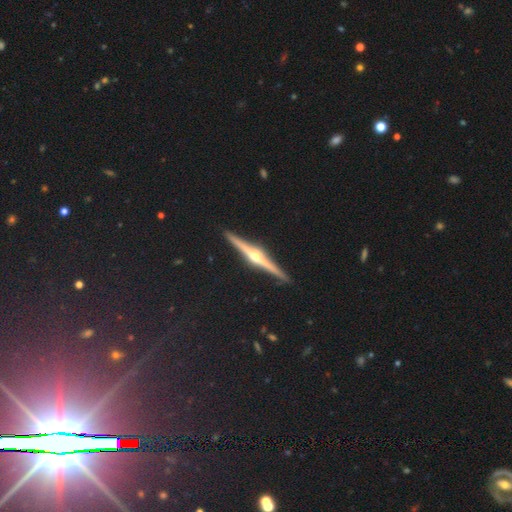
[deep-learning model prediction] This appears to be a featured or disk galaxy (87%) viewed edge-on (99%) with a rounded central bulge (94%). Merging: none (93%).